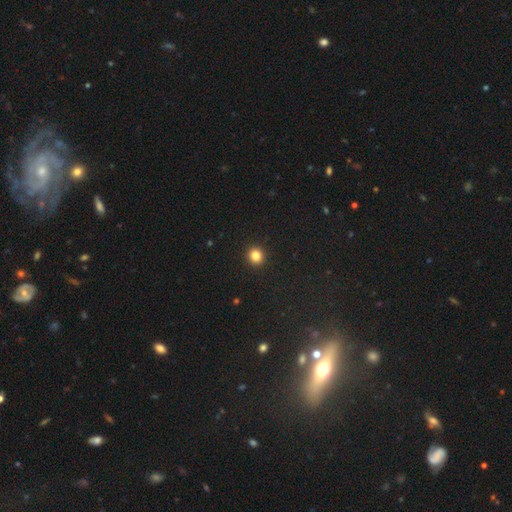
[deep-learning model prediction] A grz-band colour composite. It shows a smooth galaxy with no disk features (84%) that is round (90%). Merging: none (93%).